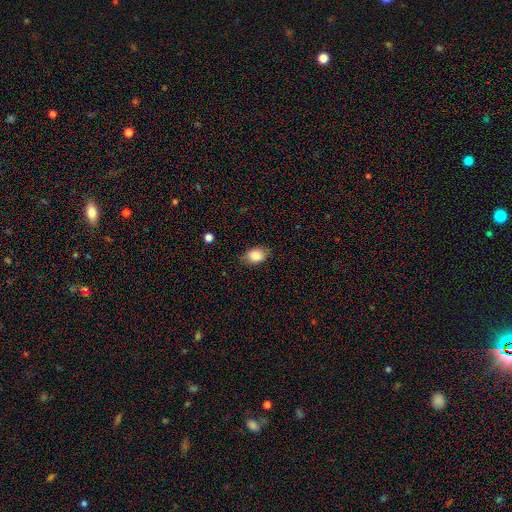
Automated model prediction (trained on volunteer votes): The model was most divided on "merging": none: 76%, minor disturbance: 19%, major disturbance: 4%, merger: 1%. More confident: smooth or featured — smooth (85%); how rounded — in between (79%).